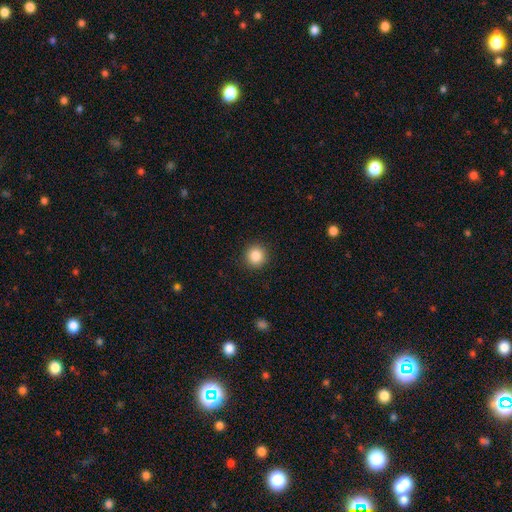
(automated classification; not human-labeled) Overall: smooth (86%). How rounded: round (93%). Merging: none (91%).